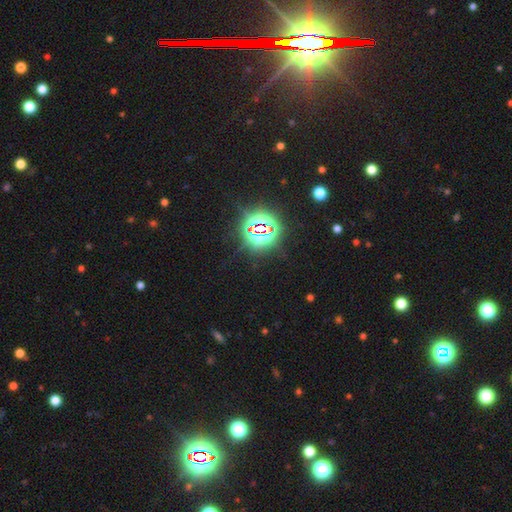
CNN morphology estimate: A star or artifact, not a galaxy (85%).

Vote fractions:
- Smooth or featured? star or artifact: 85% / smooth: 9% / featured or disk: 7%